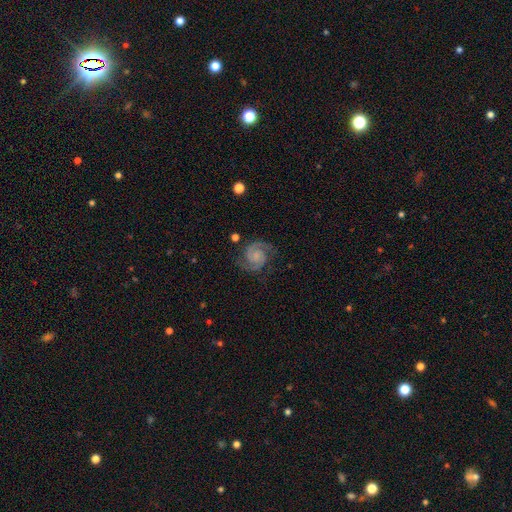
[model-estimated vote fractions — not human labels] Smooth or featured?
  - featured or disk: 89% *
  - smooth: 5%
  - star or artifact: 5%
Edge-on disk?
  - no: 98% *
  - yes: 2%
Bar?
  - no: 58% *
  - weak: 34%
  - strong: 8%
Spiral arms?
  - yes: 98% *
  - no: 2%
Spiral winding?
  - medium: 47% *
  - tight: 45%
  - loose: 8%
Spiral arm count?
  - 2: 92% *
  - 3: 2%
  - can't tell: 2%
  - 1: 1%
  - 4: 1%
  - more than 4: 1%
Bulge size?
  - none: 46% *
  - small: 34%
  - moderate: 16%
  - large: 3%
  - dominant: 1%
Merging?
  - none: 80% *
  - minor disturbance: 14%
  - major disturbance: 5%
  - merger: 2%